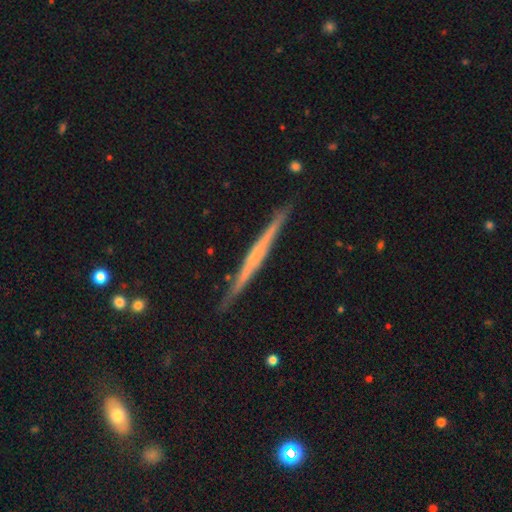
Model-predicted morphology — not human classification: A featured or disk galaxy (70%) viewed edge-on (98%) with no central bulge (62%).

Vote fractions:
- Smooth or featured? featured or disk: 70% / smooth: 23% / star or artifact: 6%
- Edge-on disk? yes: 98% / no: 2%
- Edge-on bulge? none: 62% / rounded: 28% / boxy: 10%
- Merging? none: 89% / minor disturbance: 9% / major disturbance: 2% / merger: 1%